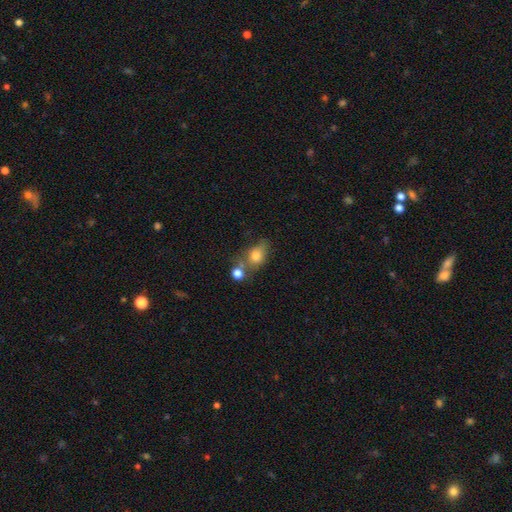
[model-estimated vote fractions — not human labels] Overall: smooth (74%). How rounded: in between (60%; round 37%). Merging: none (42%; merger 30%).